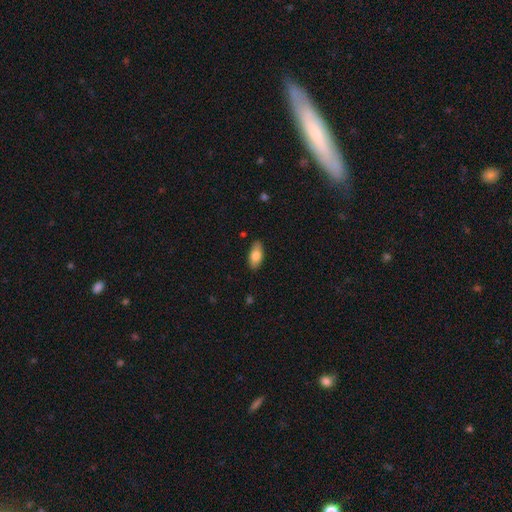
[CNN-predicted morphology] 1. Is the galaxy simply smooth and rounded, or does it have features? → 78% smooth, 16% featured or disk, 6% star or artifact.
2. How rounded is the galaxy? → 89% in between, 8% cigar-shaped, 3% round.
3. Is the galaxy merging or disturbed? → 86% none, 11% minor disturbance, 2% major disturbance, 1% merger.